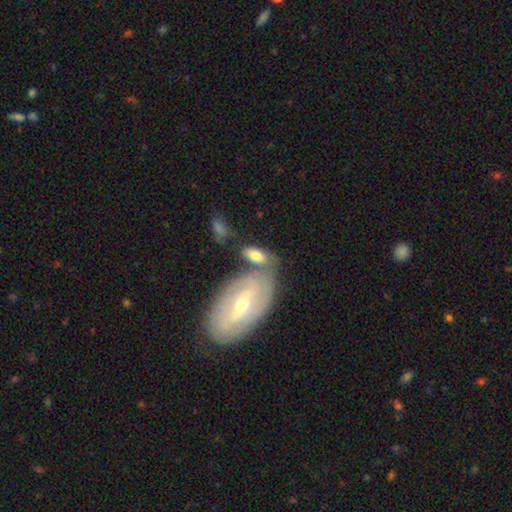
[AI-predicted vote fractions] smooth_or_featured: smooth (p=0.64) [alt: featured or disk p=0.31]
how_rounded: in between (p=0.87) [alt: cigar-shaped p=0.08]
merging: none (p=0.49) [alt: merger p=0.28]